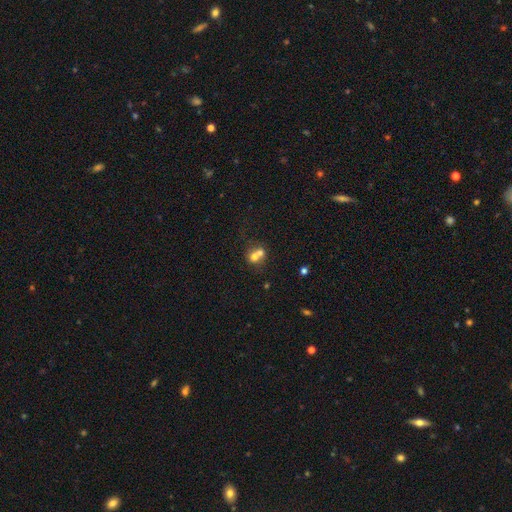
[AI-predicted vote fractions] Smooth or featured? Predicted: smooth (p=0.66). How rounded? Predicted: round (p=0.71). Merging? Predicted: merger (p=0.66).